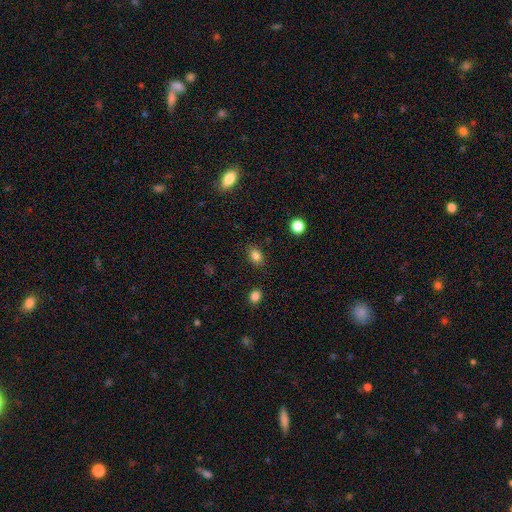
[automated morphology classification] Smooth or featured: smooth — 84% (star or artifact — 11%)
How rounded: in between — 68% (round — 31%)
Merging: none — 86% (minor disturbance — 10%)